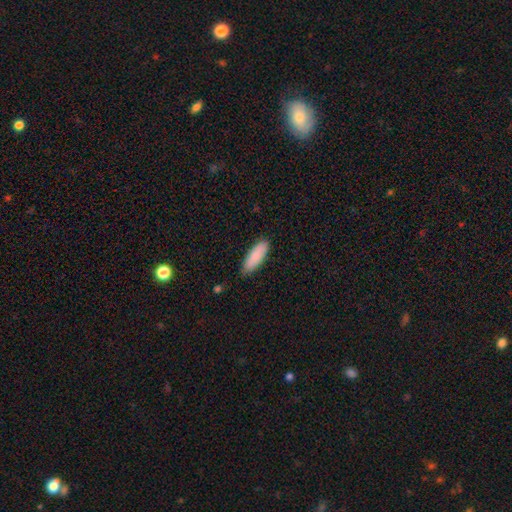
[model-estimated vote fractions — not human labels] smooth_or_featured: smooth (p=0.88) [alt: featured or disk p=0.06]
how_rounded: in between (p=0.63) [alt: cigar-shaped p=0.35]
merging: none (p=0.85) [alt: minor disturbance p=0.12]